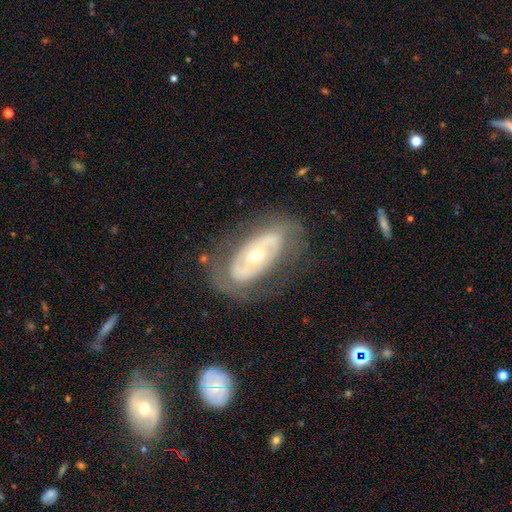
Morphology: type=featured or disk (79%); edge-on=no (87%); bar=no (69%); spiral arms=no (65%); bulge=moderate (54%); merging=none (70%).